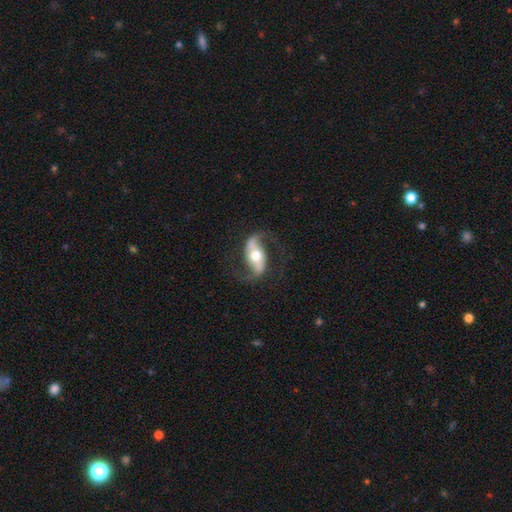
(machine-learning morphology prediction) A featured or disk galaxy (85%) with a strong bar (45%), 2 (93%) loose (60%) spiral arms (94%) and a moderate central bulge (68%). Merging: none (76%).